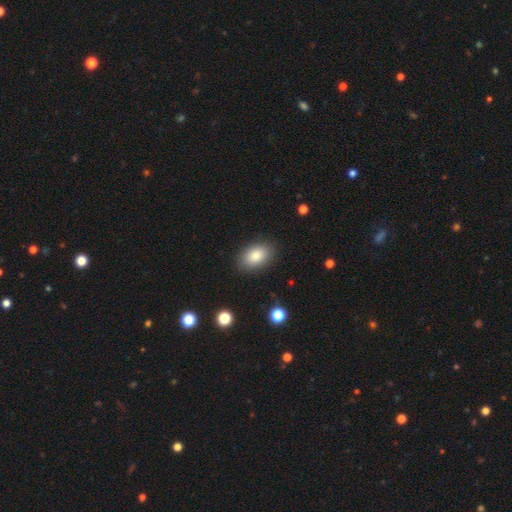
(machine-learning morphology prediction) The model was most divided on "merging": none: 86%, minor disturbance: 10%, major disturbance: 3%, merger: 1%. More confident: how rounded — in between (89%); smooth or featured — smooth (85%).